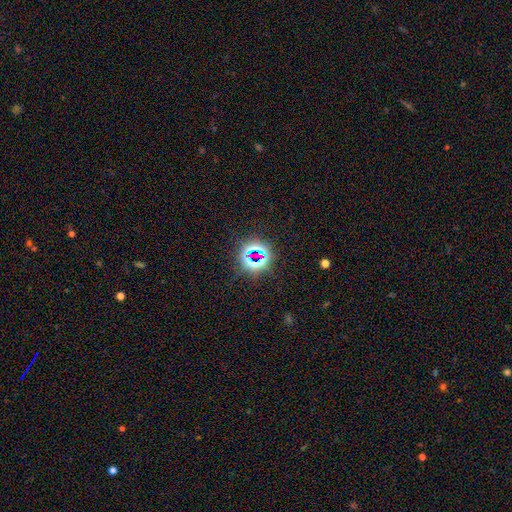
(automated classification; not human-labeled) star or artifact 75%, smooth 16%, featured or disk 9%.